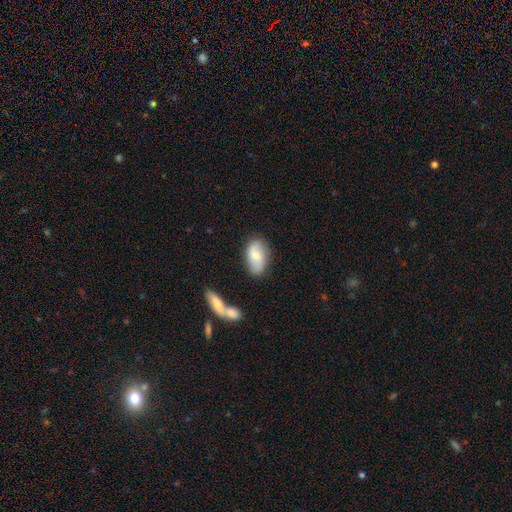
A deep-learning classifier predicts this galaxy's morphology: A smooth galaxy with no disk features (63%) that is in between round and cigar-shaped (91%). Merging: none (73%).